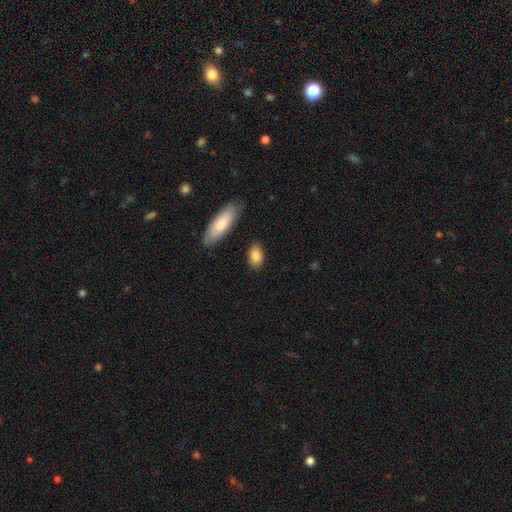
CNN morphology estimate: Overall: smooth (86%). How rounded: in between (87%). Merging: none (84%).